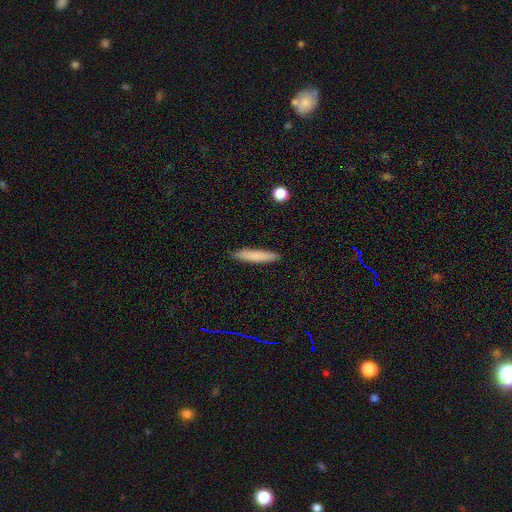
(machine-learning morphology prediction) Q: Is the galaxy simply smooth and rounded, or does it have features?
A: smooth — 81%.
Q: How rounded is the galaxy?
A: cigar-shaped — 89%.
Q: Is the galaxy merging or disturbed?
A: none — 90%.